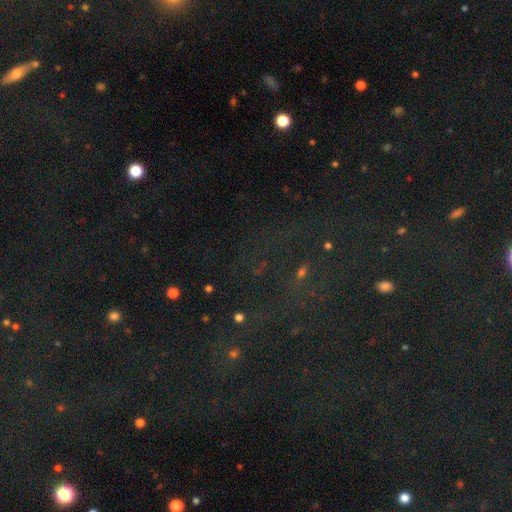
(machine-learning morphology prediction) smooth_or_featured: star or artifact (p=0.74) [alt: smooth p=0.15]